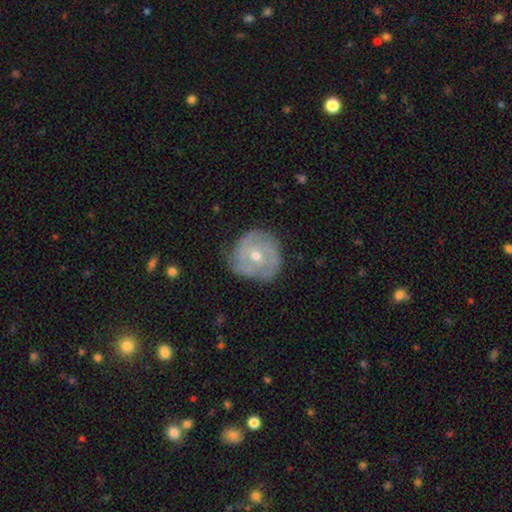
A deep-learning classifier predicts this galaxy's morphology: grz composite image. It shows a featured or disk galaxy (71%) with no bar (74%), tight (62%) spiral arms (82%) and a moderate central bulge (67%). Merging: none (72%).